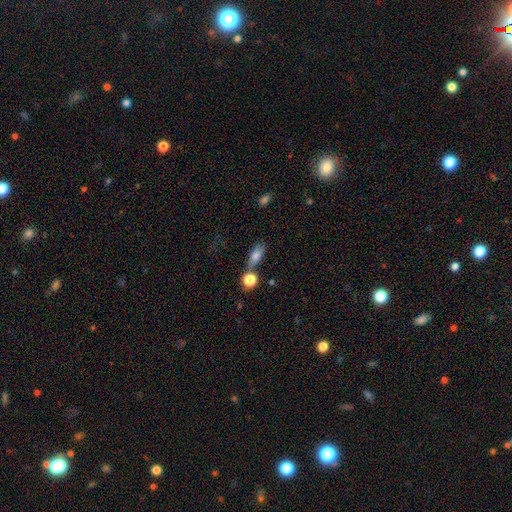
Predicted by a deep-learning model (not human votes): Overall: smooth (73%). How rounded: in between (66%). Merging: none (53%; merger 23%).